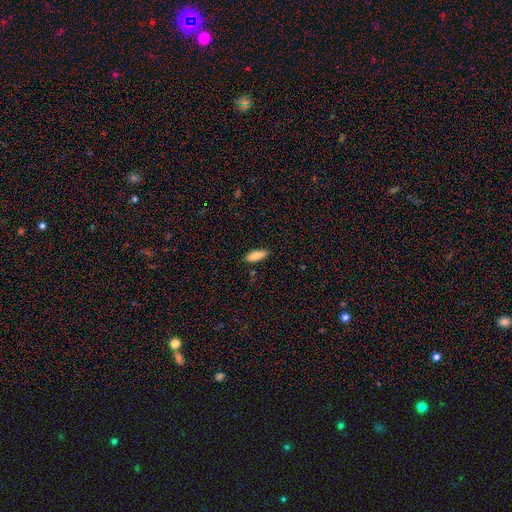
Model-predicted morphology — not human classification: smooth-or-featured: smooth: 85% | featured or disk: 8% | star or artifact: 6%
  how-rounded: in between: 70% | cigar-shaped: 28% | round: 2%
  merging: none: 85% | minor disturbance: 11% | major disturbance: 2% | merger: 1%